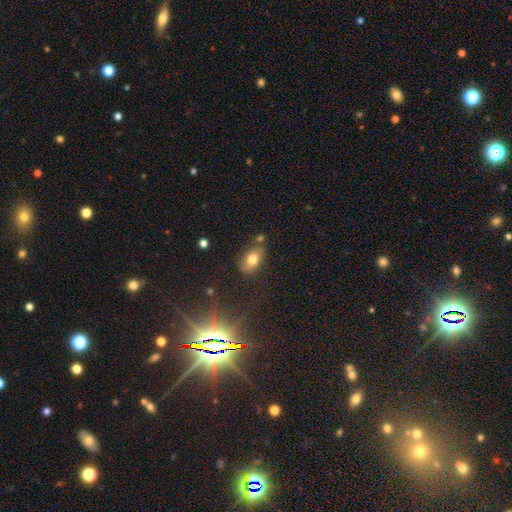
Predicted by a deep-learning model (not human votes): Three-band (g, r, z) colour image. It shows a smooth galaxy with no disk features (72%) that is in between round and cigar-shaped (83%). Merging: none (69%).